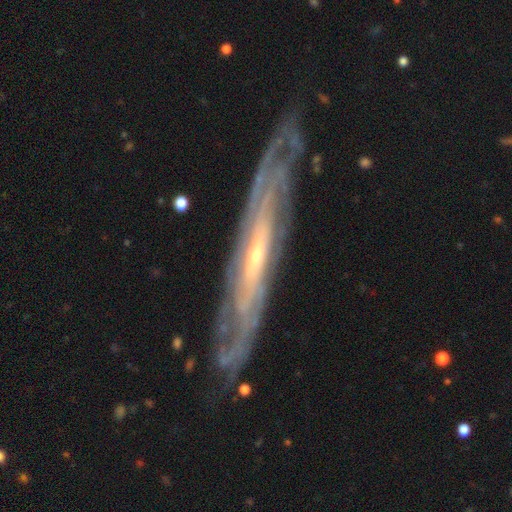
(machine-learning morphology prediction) The model was most divided on "bar": no: 43%, weak: 36%, strong: 21%. More confident: spiral arms — yes (95%); smooth or featured — featured or disk (86%); merging — none (82%); bulge size — small (75%); edge-on disk — no (61%).